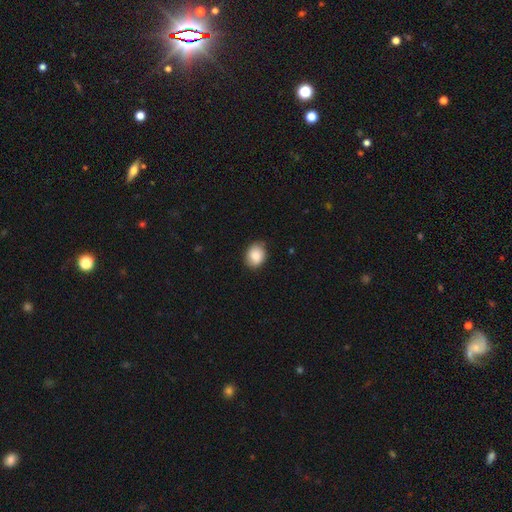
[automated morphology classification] This is clearly a smooth galaxy (85%). How rounded: possibly round (52%). Merging: likely none (80%).